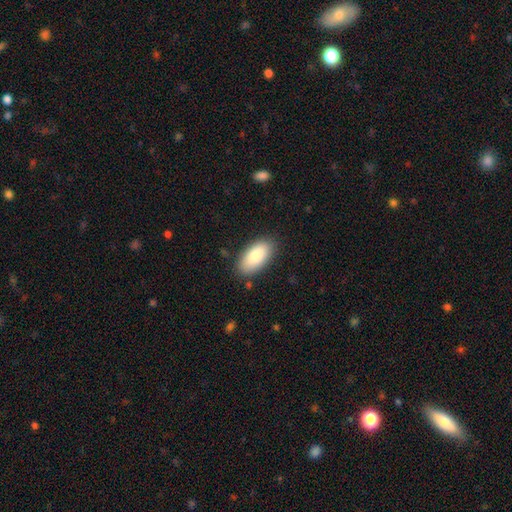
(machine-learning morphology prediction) A smooth galaxy with no disk features (85%) that is in between round and cigar-shaped (93%).

Vote fractions:
- Smooth or featured? smooth: 85% / featured or disk: 9% / star or artifact: 6%
- How rounded? in between: 93% / cigar-shaped: 5% / round: 2%
- Merging? none: 84% / minor disturbance: 11% / major disturbance: 3% / merger: 1%